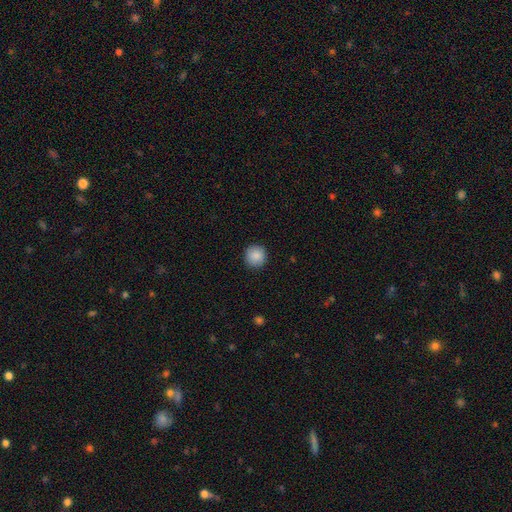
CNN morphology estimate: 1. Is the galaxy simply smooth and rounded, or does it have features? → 88% smooth, 8% star or artifact, 4% featured or disk.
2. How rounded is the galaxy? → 94% round, 5% in between, 1% cigar-shaped.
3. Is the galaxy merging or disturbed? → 91% none, 6% minor disturbance, 2% major disturbance, 1% merger.